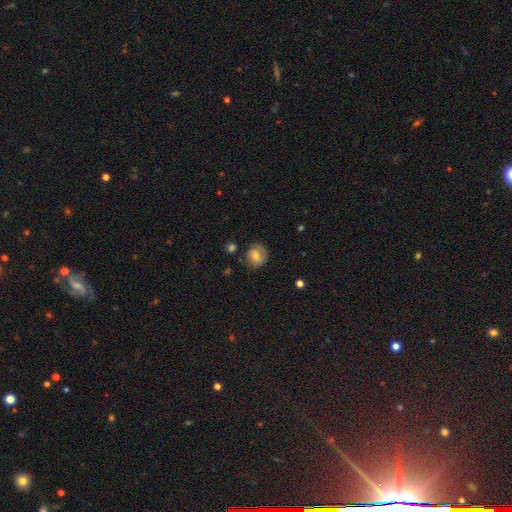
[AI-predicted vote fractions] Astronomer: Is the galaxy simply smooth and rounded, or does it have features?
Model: smooth — 72%.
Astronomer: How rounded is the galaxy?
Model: round — 72%.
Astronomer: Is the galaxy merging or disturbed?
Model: none — 78%.